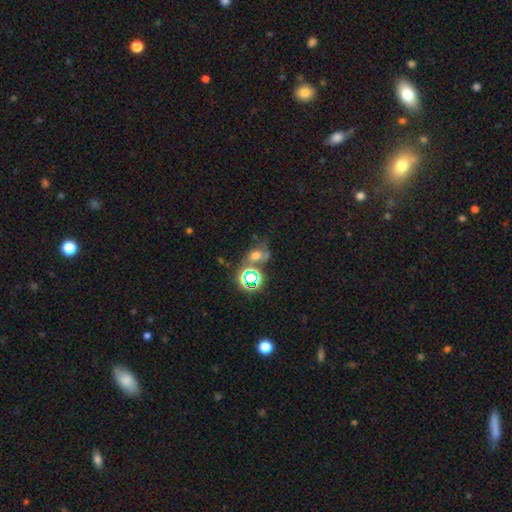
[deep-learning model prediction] Overall: smooth (41%; star or artifact 40%). Merging: none (42%; merger 27%).